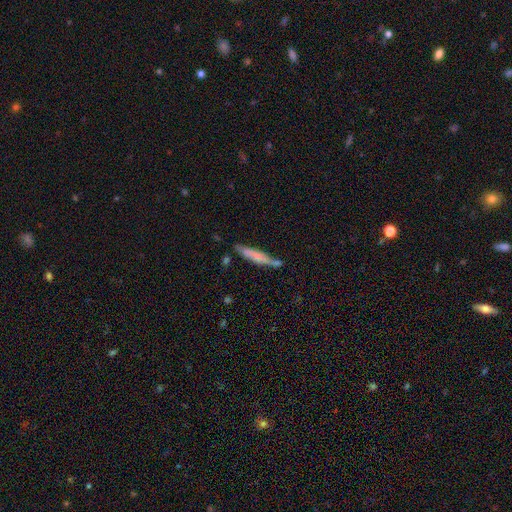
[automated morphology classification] type=smooth (61%); roundness=cigar-shaped (90%); merging=none (64%).